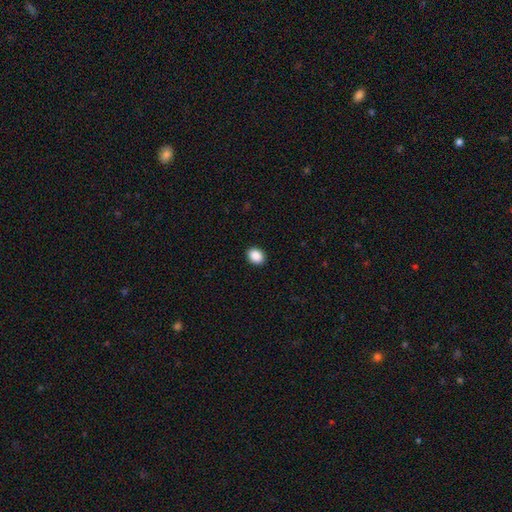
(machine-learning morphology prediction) Smooth or featured? Predicted: smooth (p=0.89). How rounded? Predicted: in between (p=0.54). Merging? Predicted: none (p=0.92).